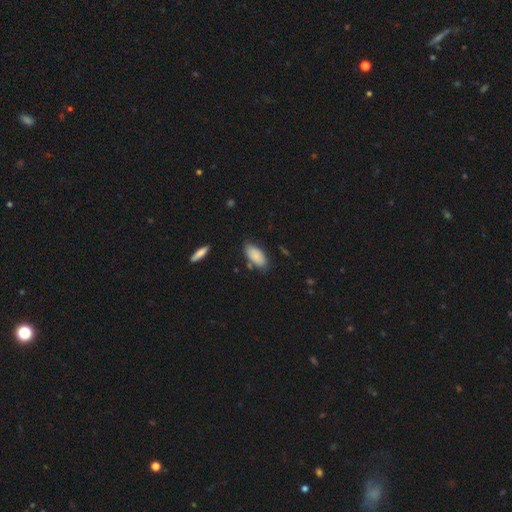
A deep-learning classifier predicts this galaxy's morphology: A smooth galaxy with no disk features (87%) that is in between round and cigar-shaped (91%).

Vote fractions:
- Smooth or featured? smooth: 87% / featured or disk: 7% / star or artifact: 6%
- How rounded? in between: 91% / cigar-shaped: 7% / round: 2%
- Merging? none: 72% / minor disturbance: 20% / major disturbance: 4% / merger: 4%